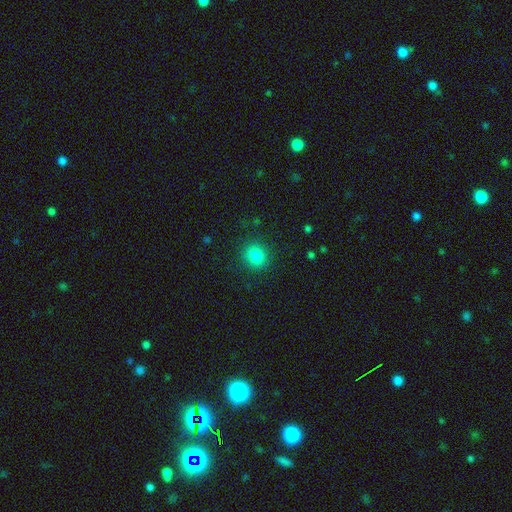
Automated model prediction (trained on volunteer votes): Smooth or featured: smooth — 84% (star or artifact — 12%)
How rounded: round — 74% (in between — 25%)
Merging: none — 88% (minor disturbance — 8%)